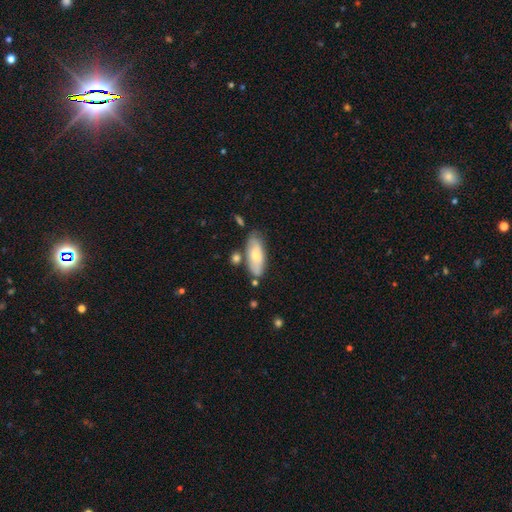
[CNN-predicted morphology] A smooth galaxy with no disk features (64%) that is in between round and cigar-shaped (78%).

Vote fractions:
- Smooth or featured? smooth: 64% / featured or disk: 30% / star or artifact: 6%
- How rounded? in between: 78% / cigar-shaped: 19% / round: 3%
- Merging? none: 68% / minor disturbance: 19% / merger: 9% / major disturbance: 4%